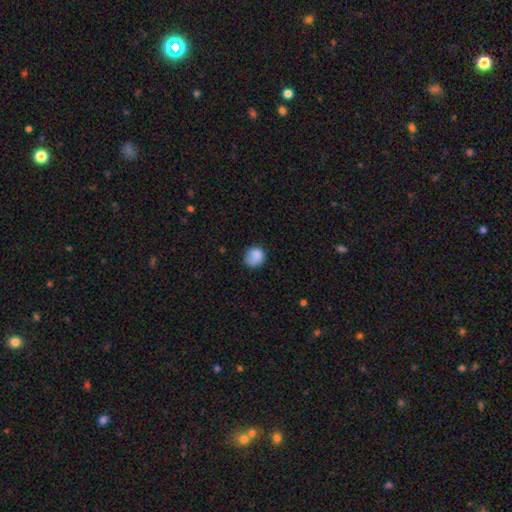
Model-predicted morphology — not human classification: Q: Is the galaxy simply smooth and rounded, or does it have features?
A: smooth — 84%.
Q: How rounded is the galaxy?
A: round — 74%.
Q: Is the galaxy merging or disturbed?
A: none — 63%.